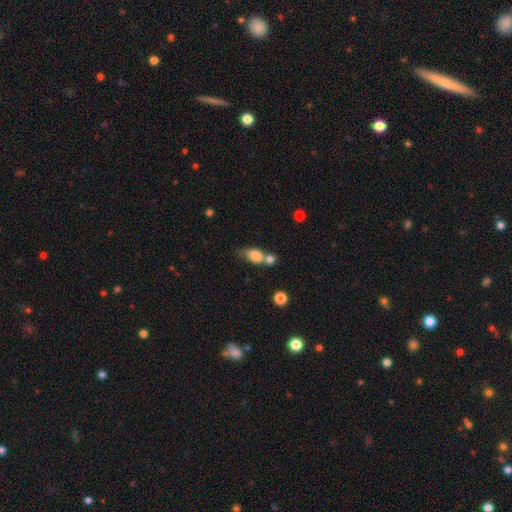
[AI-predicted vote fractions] Smooth or featured? Predicted: smooth (p=0.80). How rounded? Predicted: in between (p=0.70). Merging? Predicted: merger (p=0.43).